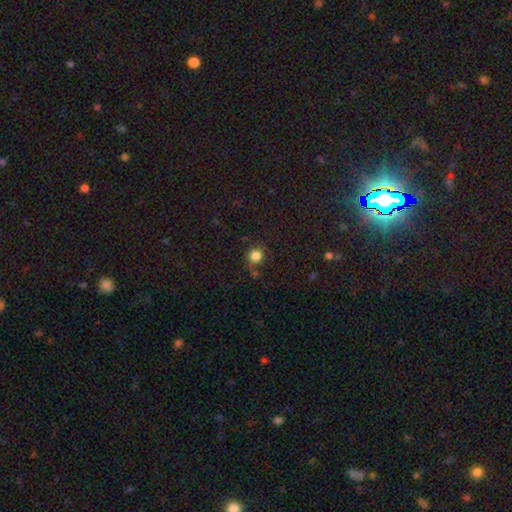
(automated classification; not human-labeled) smooth 82%, star or artifact 13%, featured or disk 5%. Down the decision tree: how rounded — round (91%); merging — none (73%).